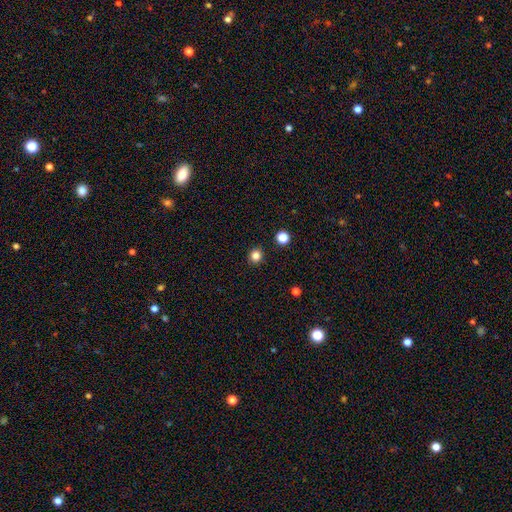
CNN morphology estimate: type=smooth (83%); roundness=round (90%); merging=none (92%).